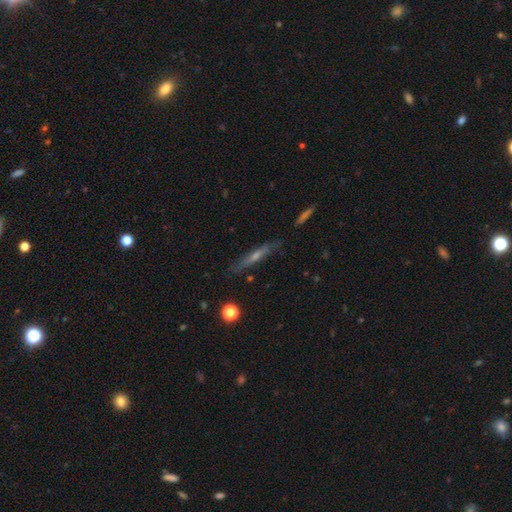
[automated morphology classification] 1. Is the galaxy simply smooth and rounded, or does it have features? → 59% featured or disk, 31% smooth, 10% star or artifact.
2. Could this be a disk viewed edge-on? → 88% yes, 12% no.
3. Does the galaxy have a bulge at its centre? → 54% rounded, 39% none, 8% boxy.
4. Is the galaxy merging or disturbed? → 82% none, 13% minor disturbance, 3% major disturbance, 2% merger.